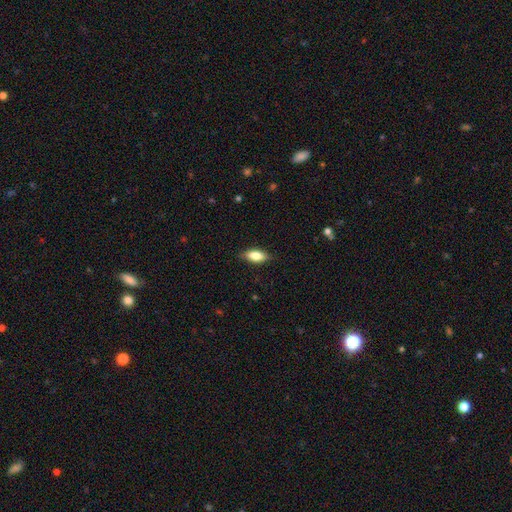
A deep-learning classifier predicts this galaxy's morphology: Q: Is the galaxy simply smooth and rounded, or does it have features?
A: smooth — 79%.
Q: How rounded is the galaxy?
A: in between — 82%.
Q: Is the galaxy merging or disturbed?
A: none — 84%.